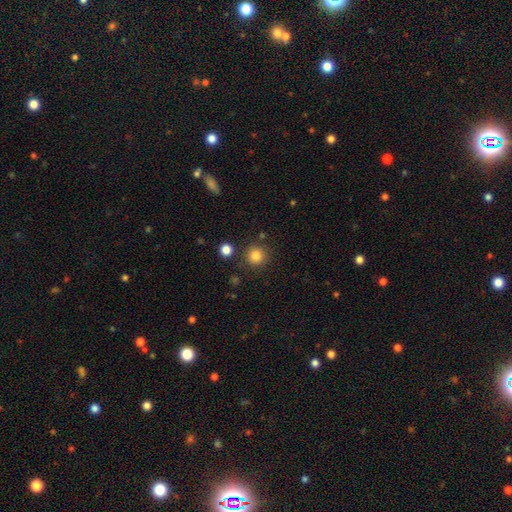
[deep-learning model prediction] smooth 83%, star or artifact 12%, featured or disk 5%. Down the decision tree: how rounded — round (94%); merging — none (87%).